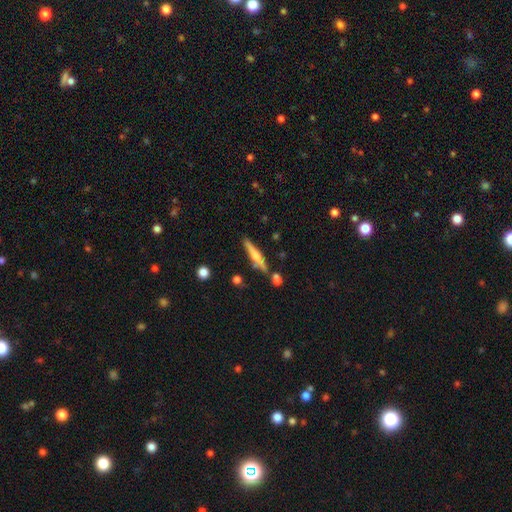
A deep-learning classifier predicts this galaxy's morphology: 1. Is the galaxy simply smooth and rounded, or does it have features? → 57% featured or disk, 36% smooth, 7% star or artifact.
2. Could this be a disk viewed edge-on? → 96% yes, 4% no.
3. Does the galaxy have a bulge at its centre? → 77% rounded, 12% none, 11% boxy.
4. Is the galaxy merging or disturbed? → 75% none, 12% minor disturbance, 10% merger, 3% major disturbance.